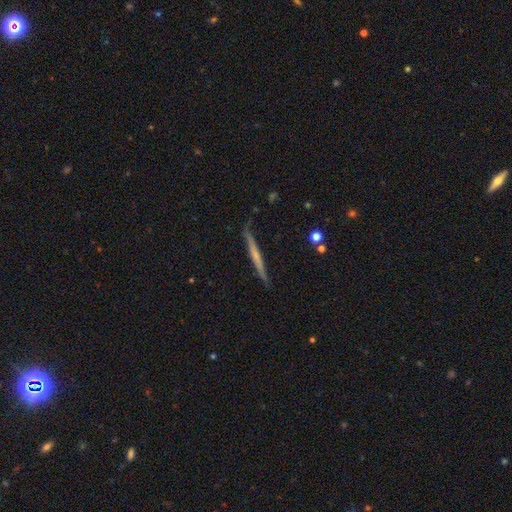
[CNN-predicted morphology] A featured or disk galaxy (54%) viewed edge-on (97%) with no central bulge (72%).

Vote fractions:
- Smooth or featured? featured or disk: 54% / smooth: 40% / star or artifact: 6%
- Edge-on disk? yes: 97% / no: 3%
- Edge-on bulge? none: 72% / rounded: 22% / boxy: 7%
- Merging? none: 87% / minor disturbance: 10% / major disturbance: 2% / merger: 1%